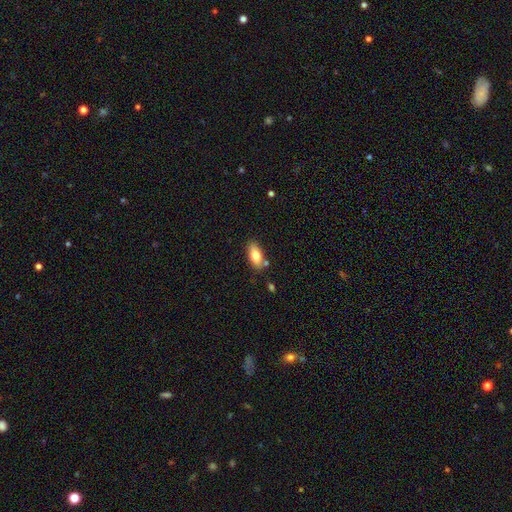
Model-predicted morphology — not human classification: Smooth or featured? smooth (76%)
How rounded? in between (87%)
Merging? none (78%)